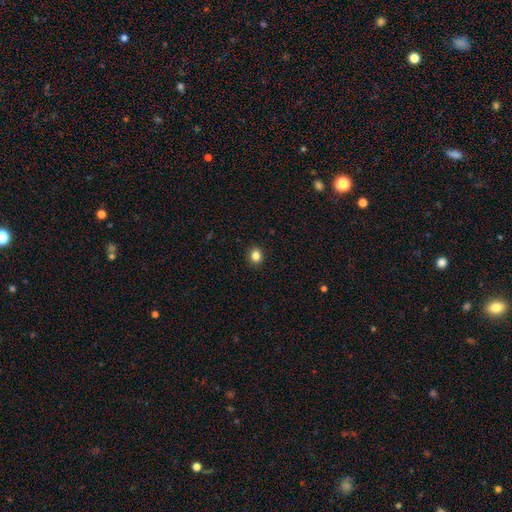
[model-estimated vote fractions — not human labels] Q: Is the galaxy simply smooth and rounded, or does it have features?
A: smooth — 84%.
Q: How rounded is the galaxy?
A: round — 78%.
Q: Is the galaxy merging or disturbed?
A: none — 92%.